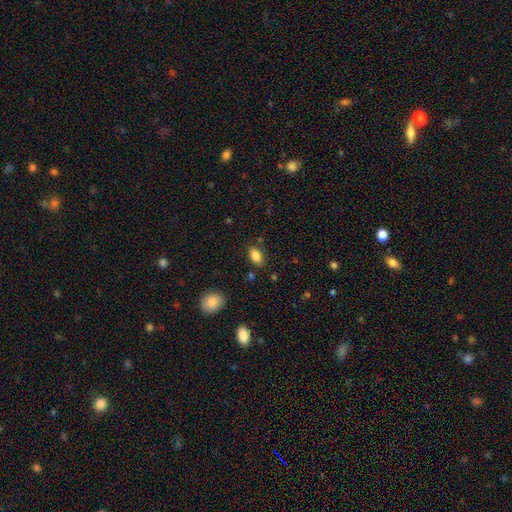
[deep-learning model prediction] Smooth or featured? smooth (85%)
How rounded? in between (89%)
Merging? none (83%)